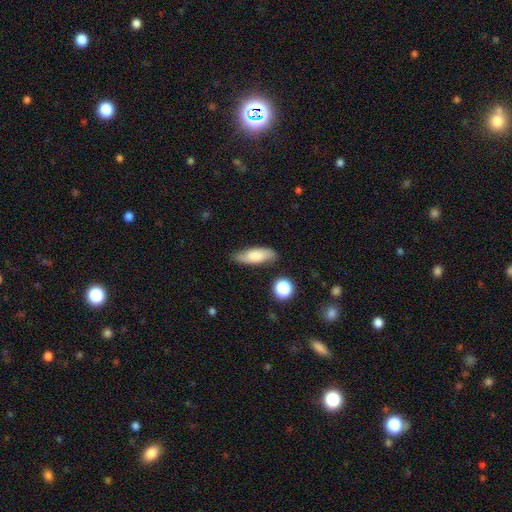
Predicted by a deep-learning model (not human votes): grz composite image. It shows a smooth galaxy with no disk features (72%) that is in between round and cigar-shaped (66%). Merging: none (78%).